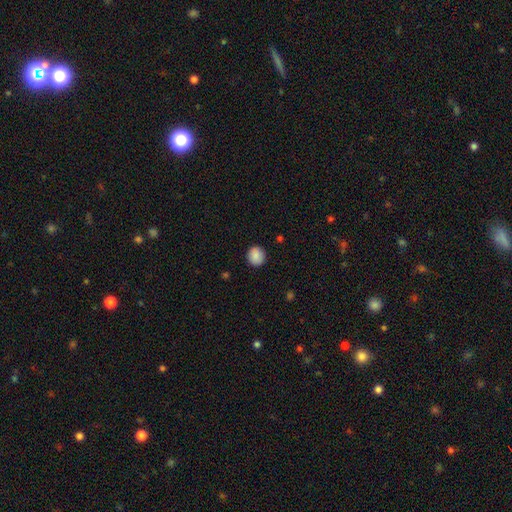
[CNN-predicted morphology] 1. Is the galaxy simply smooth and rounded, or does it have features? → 88% smooth, 8% star or artifact, 4% featured or disk.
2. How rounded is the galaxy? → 84% round, 15% in between, 1% cigar-shaped.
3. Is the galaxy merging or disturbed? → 88% none, 8% minor disturbance, 2% major disturbance, 1% merger.